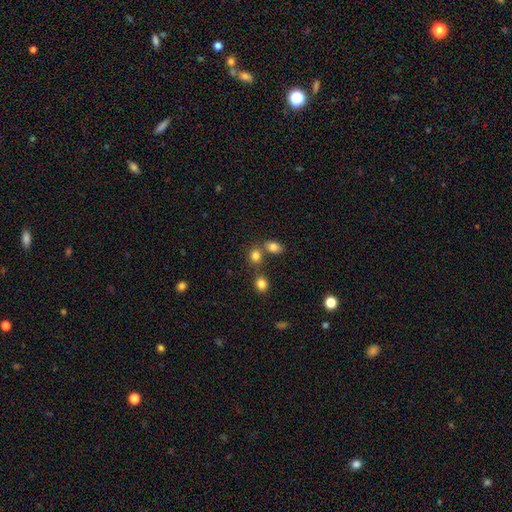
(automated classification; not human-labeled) A smooth galaxy with no disk features (80%) that is round (65%). Merging: none (58%).